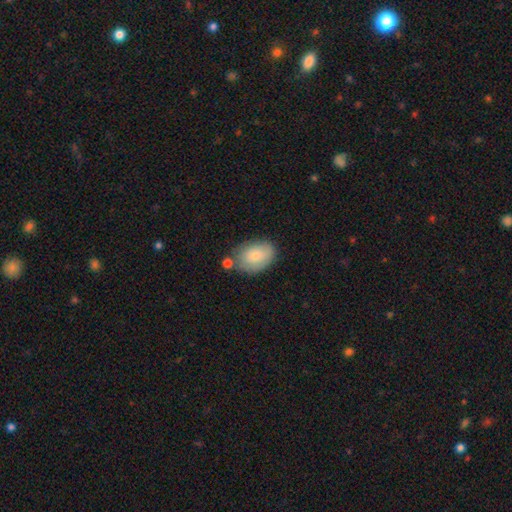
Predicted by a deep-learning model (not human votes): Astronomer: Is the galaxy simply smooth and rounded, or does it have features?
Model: smooth — 80%.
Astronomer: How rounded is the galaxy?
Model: in between — 86%.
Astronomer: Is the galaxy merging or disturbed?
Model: none — 69%.